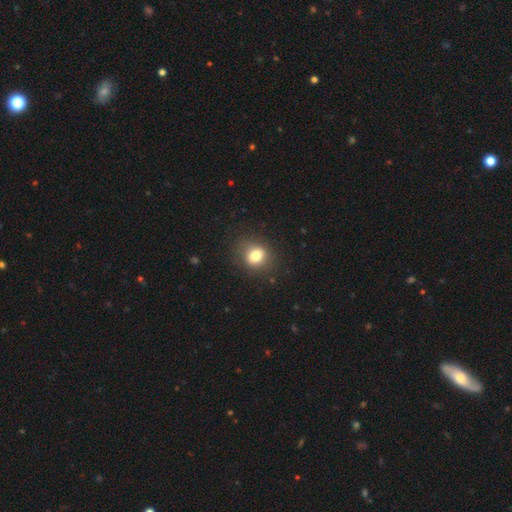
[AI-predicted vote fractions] smooth 78%, star or artifact 11%, featured or disk 10%. Down the decision tree: how rounded — round (67%); merging — none (84%).